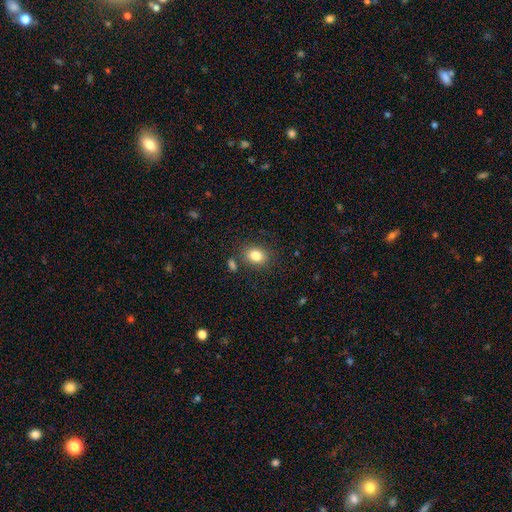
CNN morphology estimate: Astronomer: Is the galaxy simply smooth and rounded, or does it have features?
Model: smooth — 82%.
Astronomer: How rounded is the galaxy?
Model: in between — 53% (runner-up: round, 46%).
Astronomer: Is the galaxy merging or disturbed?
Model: none — 79%.